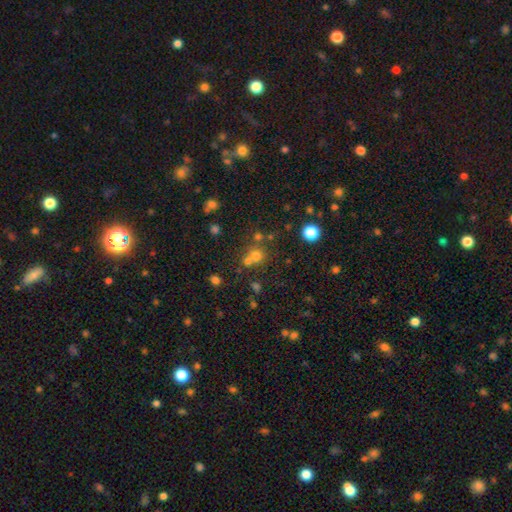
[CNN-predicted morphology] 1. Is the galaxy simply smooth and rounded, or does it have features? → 67% smooth, 22% star or artifact, 11% featured or disk.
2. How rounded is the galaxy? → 86% round, 13% in between, 1% cigar-shaped.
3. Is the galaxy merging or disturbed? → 52% none, 37% merger, 8% minor disturbance, 4% major disturbance.